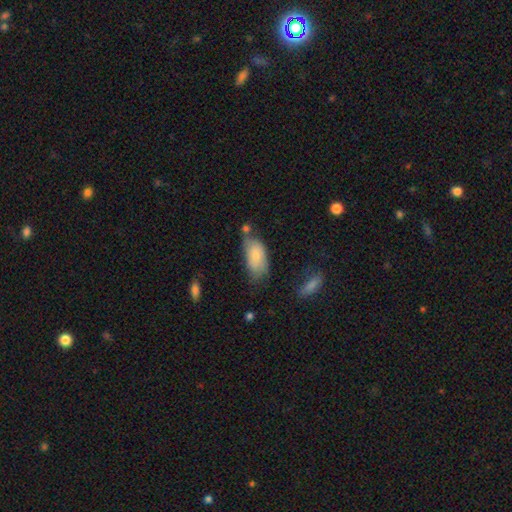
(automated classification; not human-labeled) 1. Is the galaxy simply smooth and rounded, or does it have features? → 75% smooth, 19% featured or disk, 6% star or artifact.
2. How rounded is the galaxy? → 93% in between, 4% cigar-shaped, 3% round.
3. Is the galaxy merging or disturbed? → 48% none, 32% minor disturbance, 10% merger, 10% major disturbance.